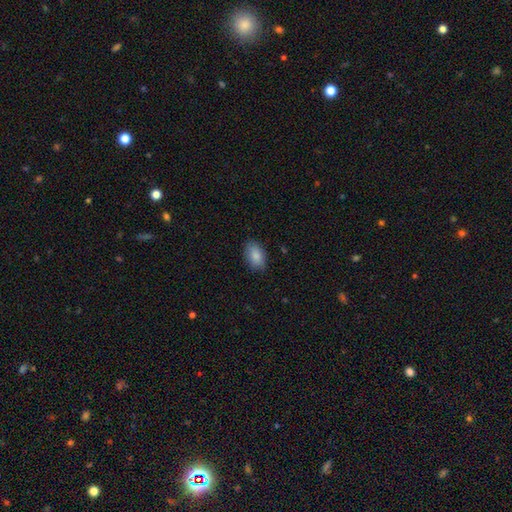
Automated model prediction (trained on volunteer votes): This is clearly a smooth galaxy (86%). How rounded: clearly in between (92%). Merging: clearly none (84%).